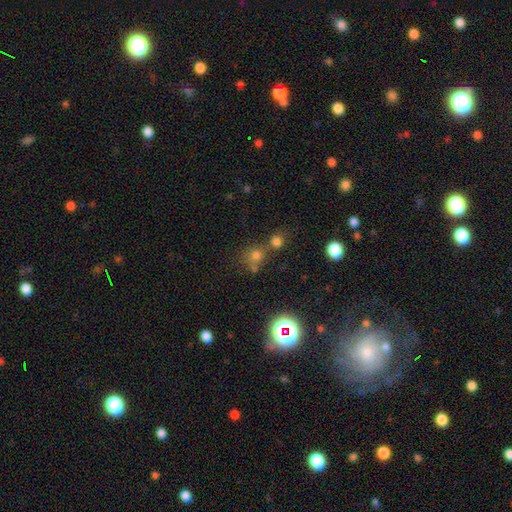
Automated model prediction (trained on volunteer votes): A smooth galaxy with no disk features (63%) that is round (83%).

Vote fractions:
- Smooth or featured? smooth: 63% / star or artifact: 27% / featured or disk: 10%
- How rounded? round: 83% / in between: 16% / cigar-shaped: 1%
- Merging? none: 51% / merger: 34% / minor disturbance: 10% / major disturbance: 5%